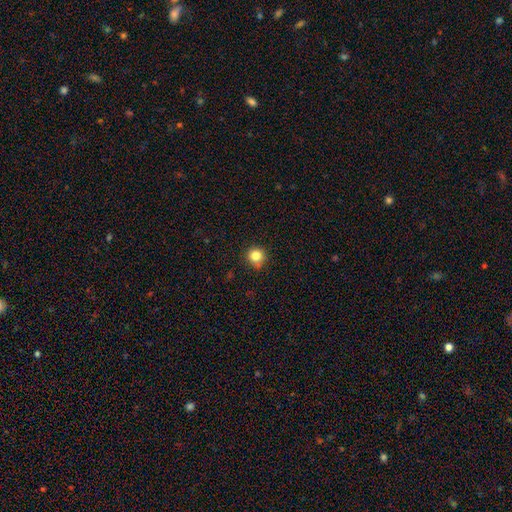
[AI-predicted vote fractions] smooth-or-featured: smooth: 83% | star or artifact: 11% | featured or disk: 5%
  how-rounded: round: 92% | in between: 7% | cigar-shaped: 1%
  merging: none: 83% | minor disturbance: 13% | major disturbance: 2% | merger: 1%